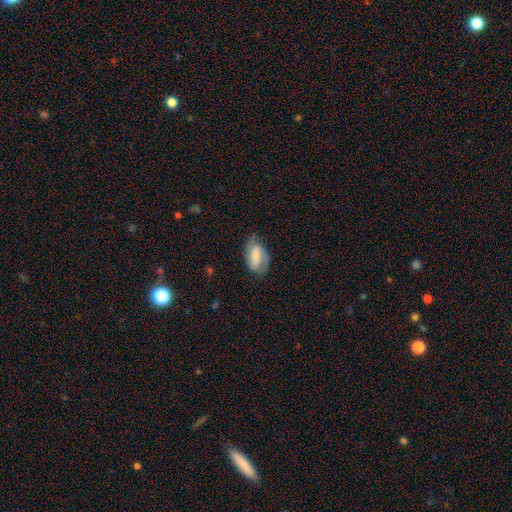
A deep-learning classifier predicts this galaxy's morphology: Overall: featured or disk (47%; smooth 46%). Merging: none (60%; minor disturbance 27%).